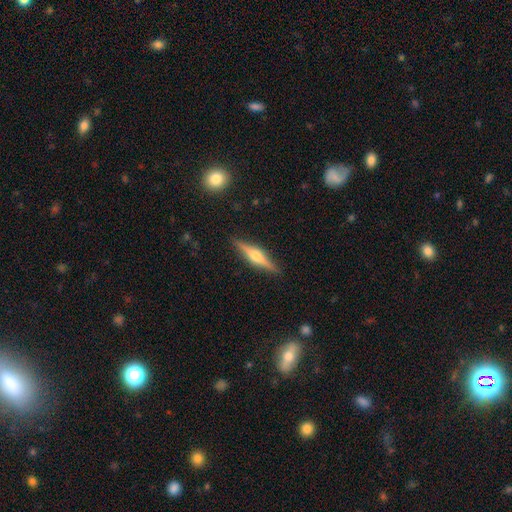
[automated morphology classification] Overall: featured or disk (71%). Edge-on disk: yes (97%). Edge-on bulge: rounded (91%). Merging: none (89%).